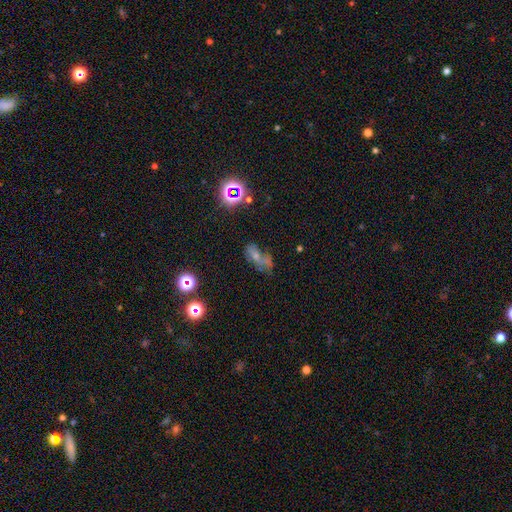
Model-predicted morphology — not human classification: featured or disk 36%, smooth 33%, star or artifact 31%. Down the decision tree: merging — none (40%).